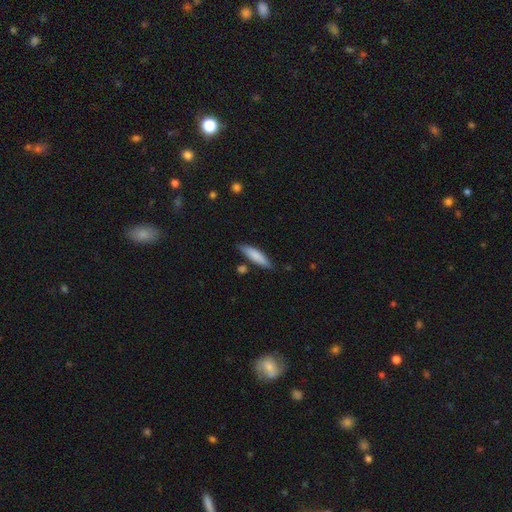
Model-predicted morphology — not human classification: The model was most divided on "how rounded": cigar-shaped: 75%, in between: 23%, round: 1%. More confident: smooth or featured — smooth (81%); merging — none (80%).